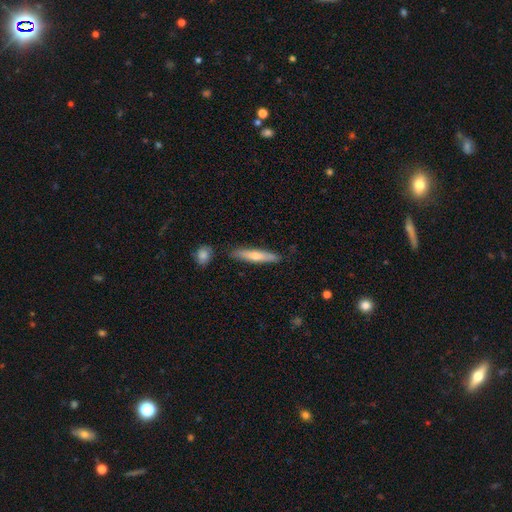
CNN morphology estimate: Smooth or featured? Predicted: smooth (p=0.48). Merging? Predicted: none (p=0.86).